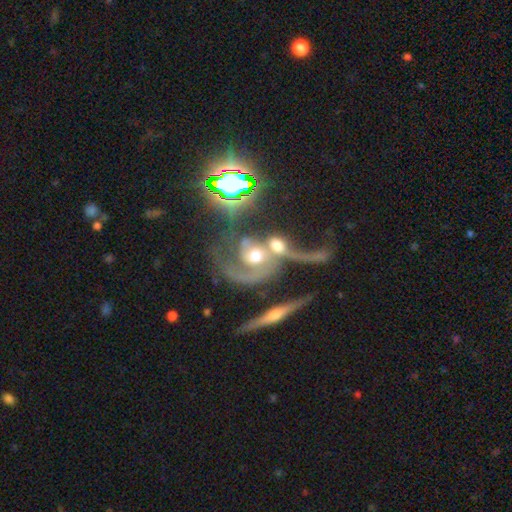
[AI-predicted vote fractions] This appears to be a featured or disk galaxy (69%) with no bar (73%), 2 (51%) loose (49%) spiral arms (82%) and a moderate central bulge (65%). Merging: merger (61%).